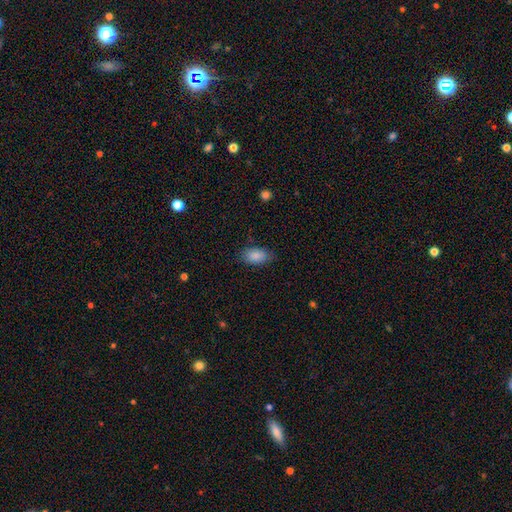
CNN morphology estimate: smooth-or-featured: smooth: 87% | star or artifact: 7% | featured or disk: 6%
  how-rounded: in between: 92% | round: 5% | cigar-shaped: 2%
  merging: none: 81% | minor disturbance: 15% | major disturbance: 3% | merger: 1%